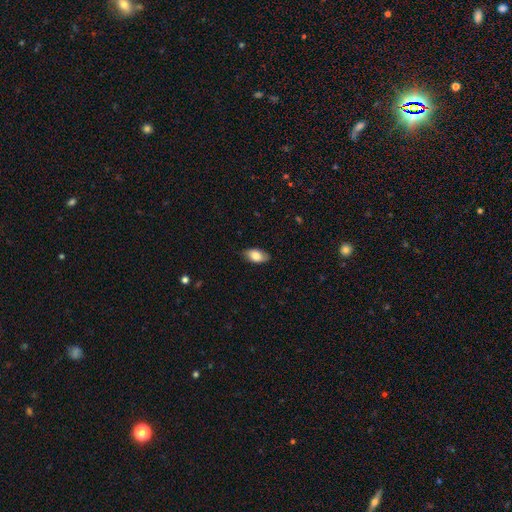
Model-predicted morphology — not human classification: type=smooth (80%); roundness=in between (93%); merging=none (82%).